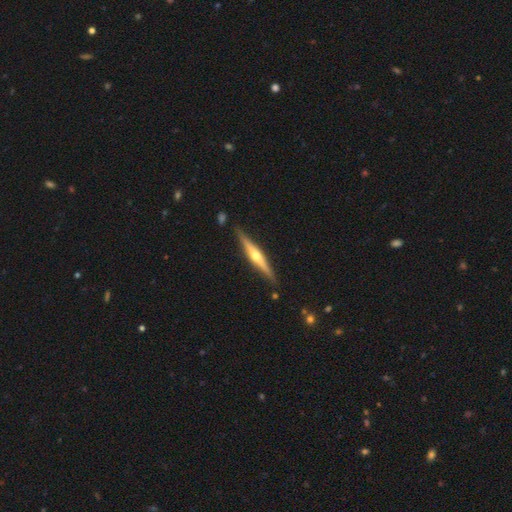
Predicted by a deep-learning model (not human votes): featured or disk 73%, smooth 22%, star or artifact 5%. Down the decision tree: edge-on disk — yes (97%); edge-on bulge — rounded (90%); merging — none (87%).